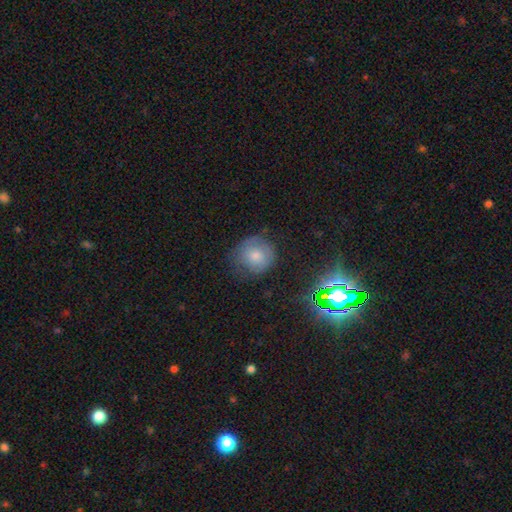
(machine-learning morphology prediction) Q: Smooth or featured?
A: smooth (57%); runner-up: featured or disk (22%)
Q: How rounded?
A: round (88%); runner-up: in between (11%)
Q: Merging?
A: none (71%); runner-up: minor disturbance (20%)